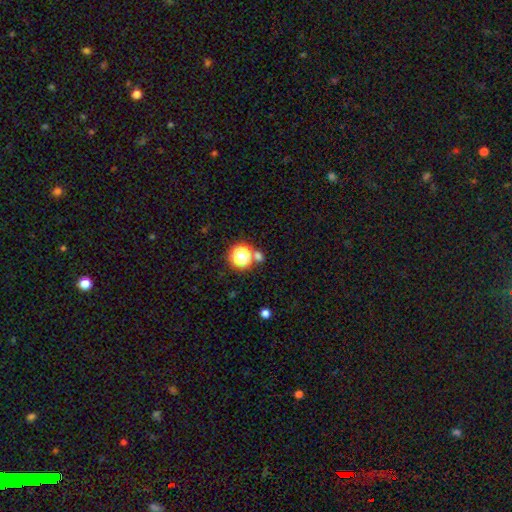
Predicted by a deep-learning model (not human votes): Smooth or featured?
  - star or artifact: 50% *
  - smooth: 43%
  - featured or disk: 8%